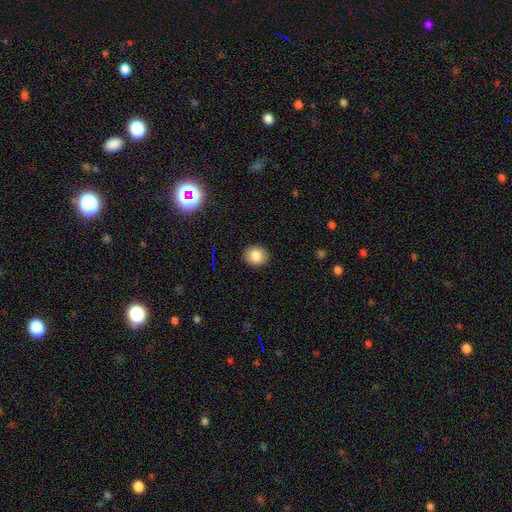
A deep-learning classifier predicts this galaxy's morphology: Smooth or featured: smooth — 83% (star or artifact — 10%)
How rounded: round — 73% (in between — 26%)
Merging: none — 91% (minor disturbance — 6%)